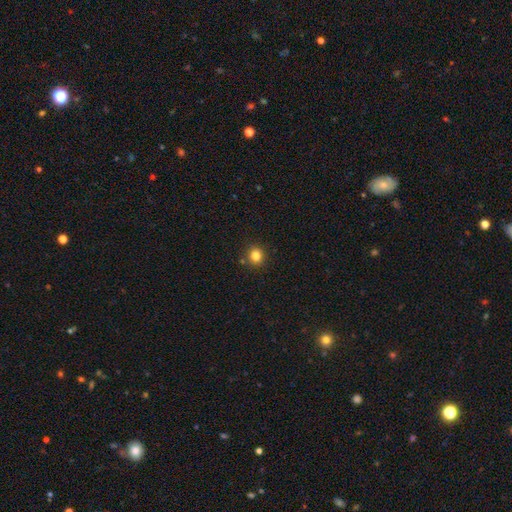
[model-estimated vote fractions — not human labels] A smooth galaxy with no disk features (82%) that is round (83%).

Vote fractions:
- Smooth or featured? smooth: 82% / star or artifact: 13% / featured or disk: 5%
- How rounded? round: 83% / in between: 16% / cigar-shaped: 1%
- Merging? none: 88% / minor disturbance: 7% / merger: 3% / major disturbance: 2%